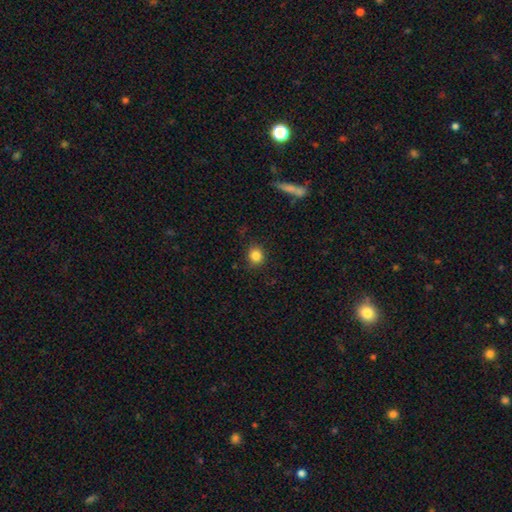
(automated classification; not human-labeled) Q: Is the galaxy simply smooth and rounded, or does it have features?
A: smooth — 84%.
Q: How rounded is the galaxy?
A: round — 85%.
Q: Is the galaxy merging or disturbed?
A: none — 86%.